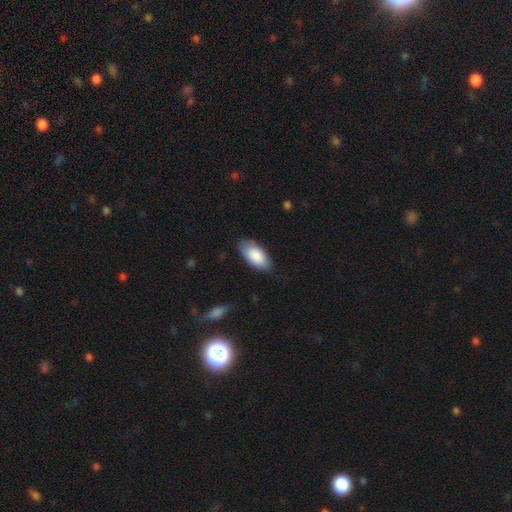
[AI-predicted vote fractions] This is clearly a smooth galaxy (86%). How rounded: clearly in between (94%). Merging: likely none (77%).